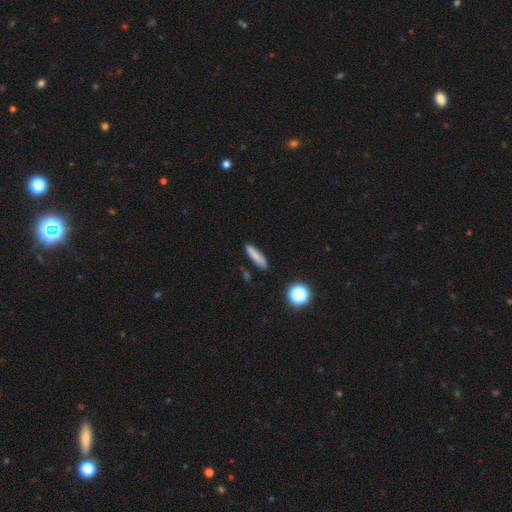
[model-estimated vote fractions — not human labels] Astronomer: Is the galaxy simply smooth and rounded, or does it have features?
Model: smooth — 79%.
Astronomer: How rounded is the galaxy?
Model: cigar-shaped — 83%.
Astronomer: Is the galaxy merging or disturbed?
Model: none — 86%.